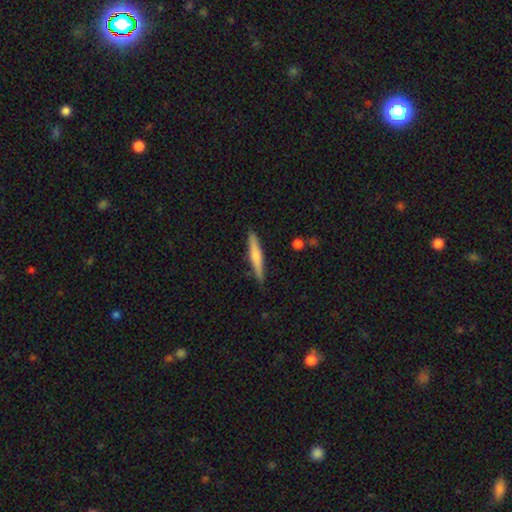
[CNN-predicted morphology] smooth-or-featured: smooth: 58% | featured or disk: 36% | star or artifact: 5%
  how-rounded: cigar-shaped: 93% | in between: 6% | round: 1%
  merging: none: 87% | minor disturbance: 10% | major disturbance: 2% | merger: 2%